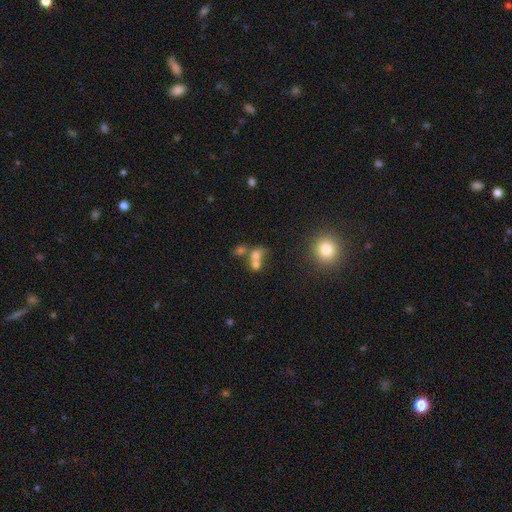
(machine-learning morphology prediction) Q: Smooth or featured?
A: smooth (63%); runner-up: featured or disk (20%)
Q: How rounded?
A: round (53%); runner-up: in between (45%)
Q: Merging?
A: merger (63%); runner-up: none (23%)